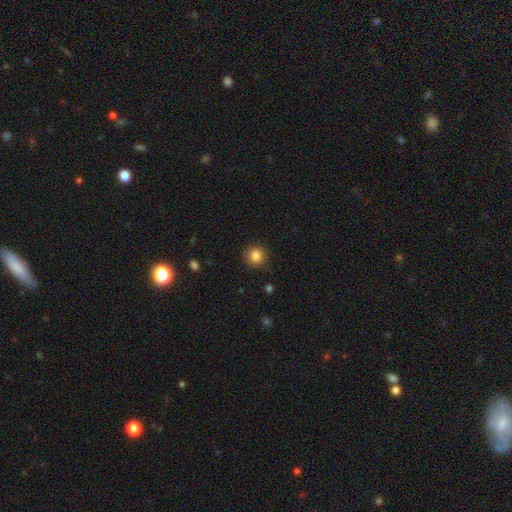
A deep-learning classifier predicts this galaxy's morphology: smooth-or-featured: smooth: 85% | star or artifact: 10% | featured or disk: 5%
  how-rounded: round: 91% | in between: 8% | cigar-shaped: 1%
  merging: none: 86% | minor disturbance: 10% | major disturbance: 3% | merger: 1%